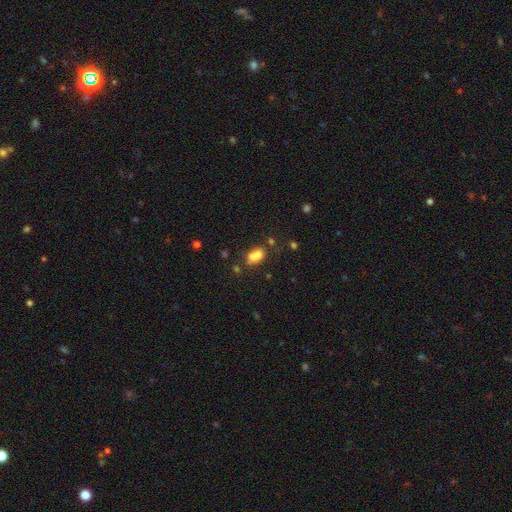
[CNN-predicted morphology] This appears to be a smooth galaxy with no disk features (73%) that is in between round and cigar-shaped (76%). Merging: none (40%).